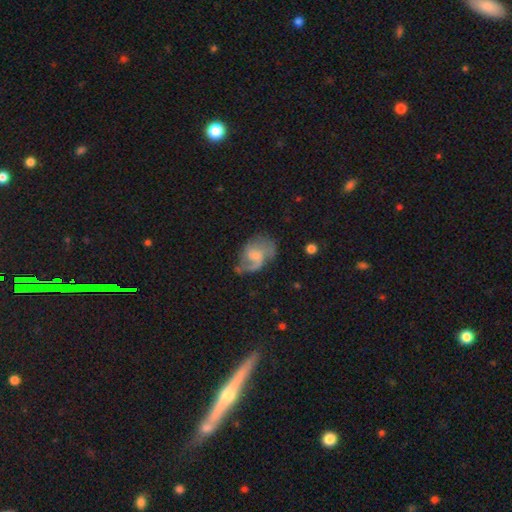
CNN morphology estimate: A featured or disk galaxy (68%) with no bar (53%), 2 (63%) medium (46%) spiral arms (87%) and a small central bulge (41%). Merging: none (46%).